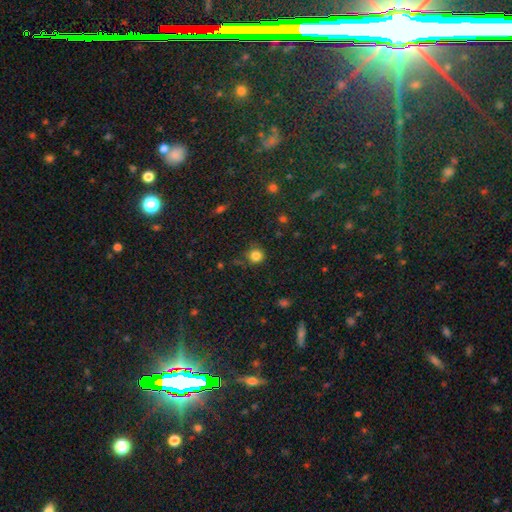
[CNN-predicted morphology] smooth_or_featured: smooth (p=0.82) [alt: star or artifact p=0.13]
how_rounded: round (p=0.91) [alt: in between p=0.08]
merging: none (p=0.76) [alt: minor disturbance p=0.16]